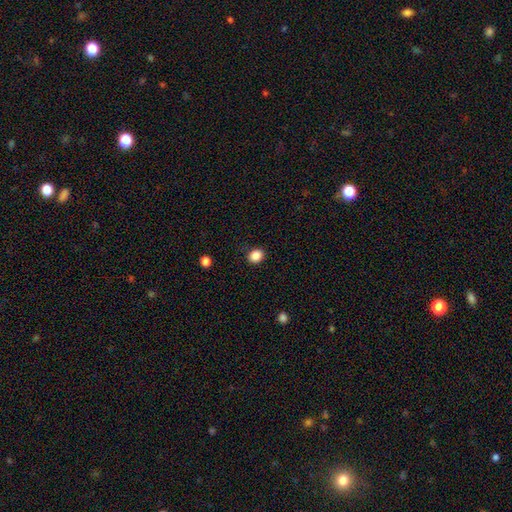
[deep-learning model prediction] Smooth or featured?
  - smooth: 87% *
  - star or artifact: 10%
  - featured or disk: 3%
How rounded?
  - round: 64% *
  - in between: 35%
  - cigar-shaped: 1%
Merging?
  - none: 87% *
  - minor disturbance: 9%
  - major disturbance: 3%
  - merger: 1%